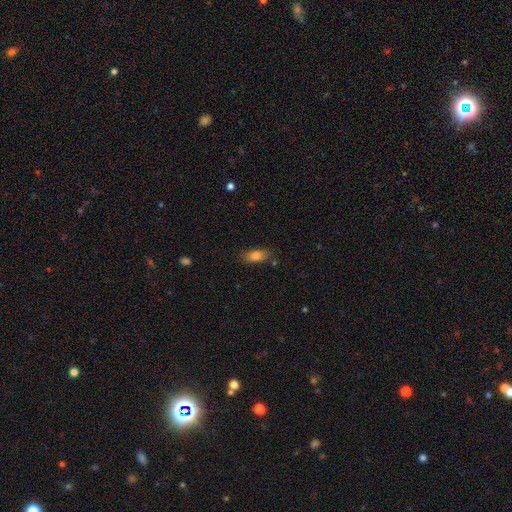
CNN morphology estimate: type=smooth (82%); roundness=in between (84%); merging=none (81%).